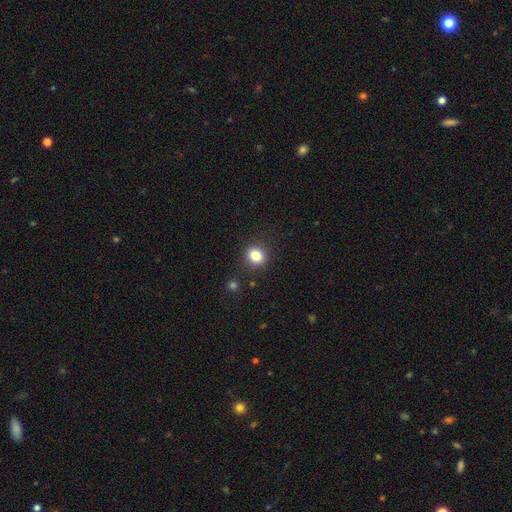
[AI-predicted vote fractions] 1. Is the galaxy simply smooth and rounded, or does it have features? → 84% smooth, 11% star or artifact, 5% featured or disk.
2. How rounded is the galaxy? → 74% round, 25% in between, 1% cigar-shaped.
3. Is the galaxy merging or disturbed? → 87% none, 8% minor disturbance, 3% major disturbance, 2% merger.